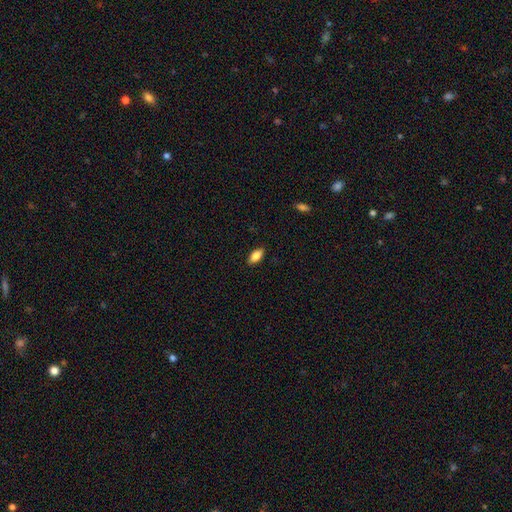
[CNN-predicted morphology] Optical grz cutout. It shows a smooth galaxy with no disk features (84%) that is in between round and cigar-shaped (89%). Merging: none (88%).